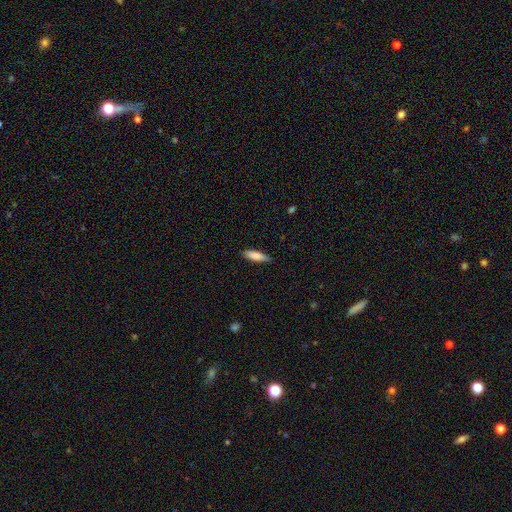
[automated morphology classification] This appears to be a smooth galaxy with no disk features (84%) that is cigar-shaped (57%). Merging: none (85%).